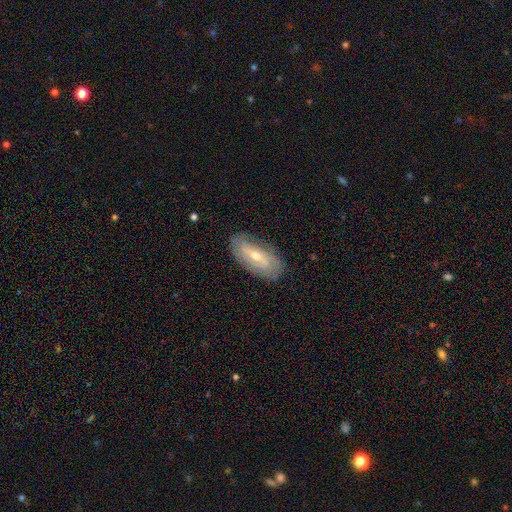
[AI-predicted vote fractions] A featured or disk galaxy (63%) with a weak bar (38%), spiral arms (64%) and a moderate central bulge (50%). Merging: none (81%).